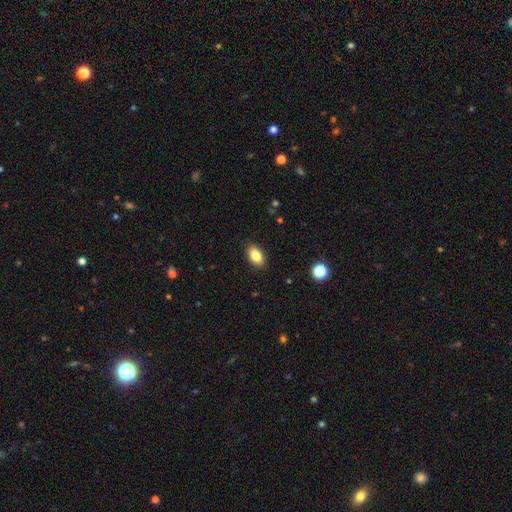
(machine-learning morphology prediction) smooth 85%, star or artifact 8%, featured or disk 6%. Down the decision tree: how rounded — in between (91%); merging — none (89%).